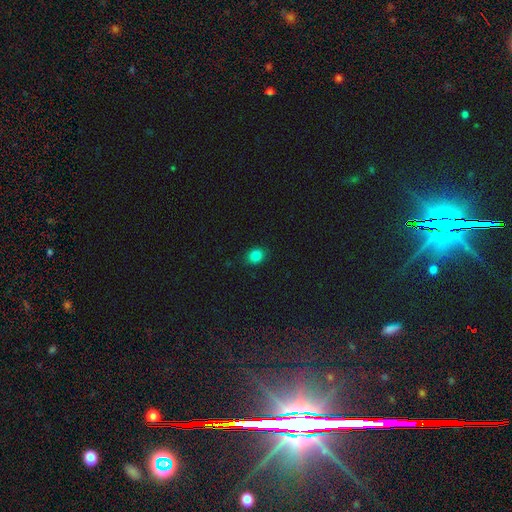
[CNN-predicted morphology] Smooth or featured? smooth (83%)
How rounded? round (55%)
Merging? none (87%)